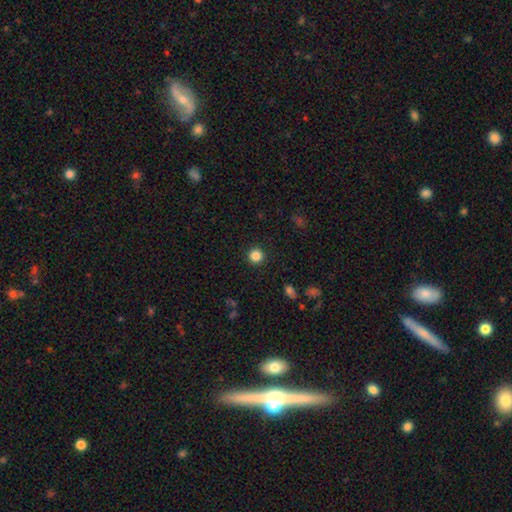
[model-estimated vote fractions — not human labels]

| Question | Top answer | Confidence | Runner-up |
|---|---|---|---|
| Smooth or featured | smooth | 84% | star or artifact (11%) |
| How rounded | round | 95% | in between (4%) |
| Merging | none | 92% | minor disturbance (5%) |